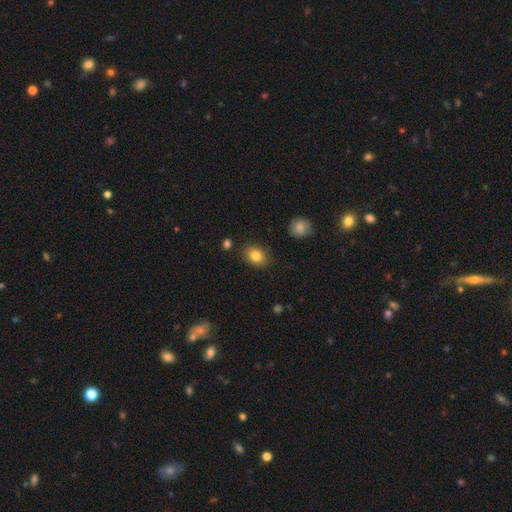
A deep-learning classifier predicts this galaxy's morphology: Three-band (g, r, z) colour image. It shows a smooth galaxy with no disk features (83%) that is in between round and cigar-shaped (62%). Merging: none (85%).